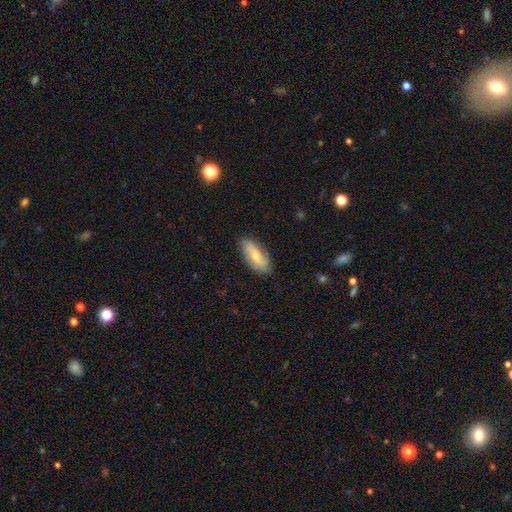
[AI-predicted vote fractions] A smooth galaxy with no disk features (52%) that is in between round and cigar-shaped (81%). Merging: none (82%).